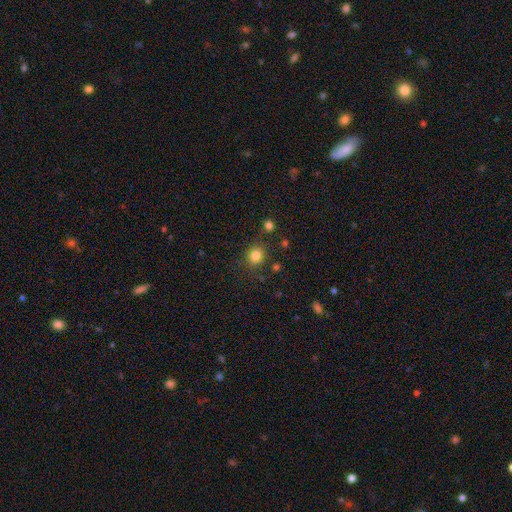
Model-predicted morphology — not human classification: smooth_or_featured: smooth (p=0.82) [alt: star or artifact p=0.13]
how_rounded: round (p=0.79) [alt: in between p=0.20]
merging: none (p=0.82) [alt: minor disturbance p=0.11]